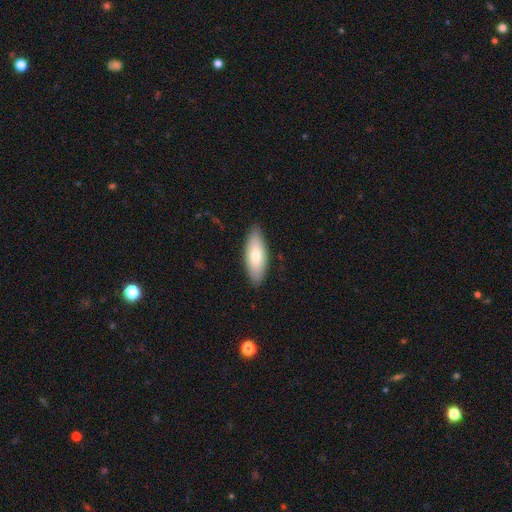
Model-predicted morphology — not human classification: This appears to be a smooth galaxy with no disk features (75%) that is in between round and cigar-shaped (75%). Merging: none (87%).